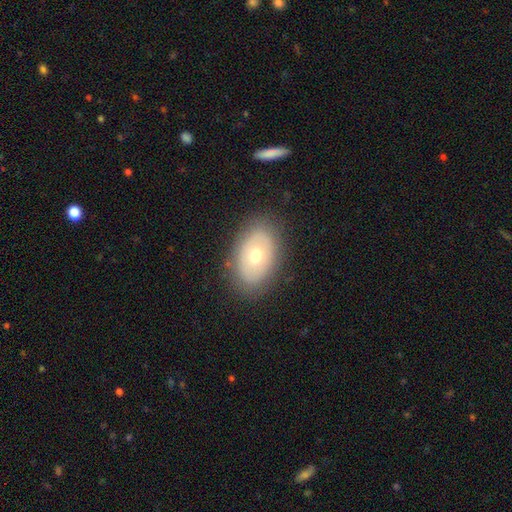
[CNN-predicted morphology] smooth_or_featured: smooth (p=0.55) [alt: featured or disk p=0.37]
how_rounded: in between (p=0.82) [alt: round p=0.16]
merging: none (p=0.83) [alt: minor disturbance p=0.12]